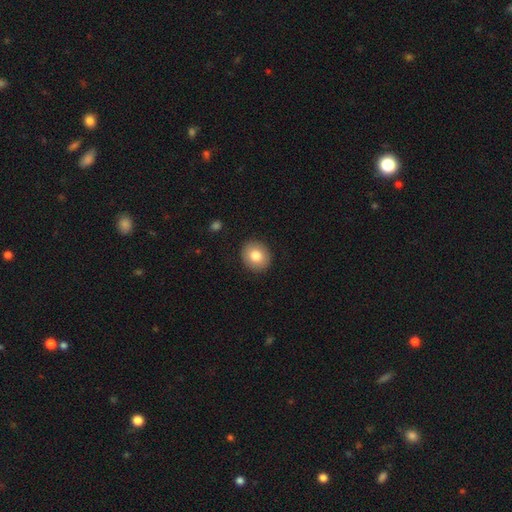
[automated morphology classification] Smooth or featured? smooth (80%)
How rounded? round (77%)
Merging? none (91%)